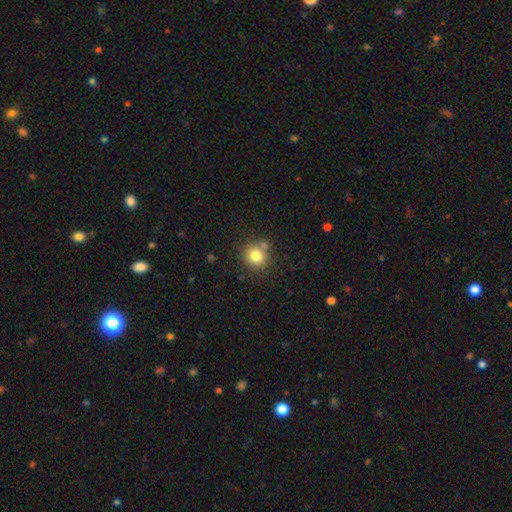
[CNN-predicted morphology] Q: Smooth or featured?
A: smooth (79%); runner-up: star or artifact (12%)
Q: How rounded?
A: round (87%); runner-up: in between (13%)
Q: Merging?
A: none (74%); runner-up: merger (12%)